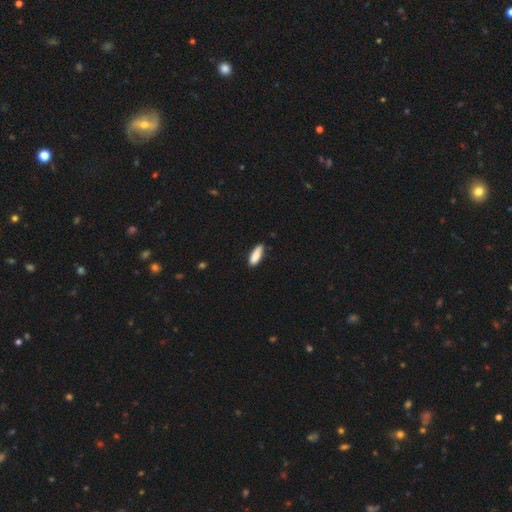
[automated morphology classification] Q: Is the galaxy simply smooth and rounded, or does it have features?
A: smooth — 87%.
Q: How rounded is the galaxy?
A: in between — 56%.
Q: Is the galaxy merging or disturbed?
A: none — 79%.